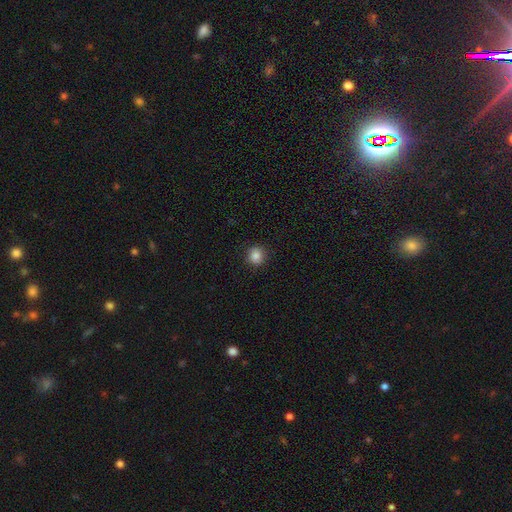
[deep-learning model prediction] Q: Smooth or featured?
A: smooth (85%); runner-up: star or artifact (11%)
Q: How rounded?
A: round (90%); runner-up: in between (9%)
Q: Merging?
A: none (90%); runner-up: minor disturbance (7%)